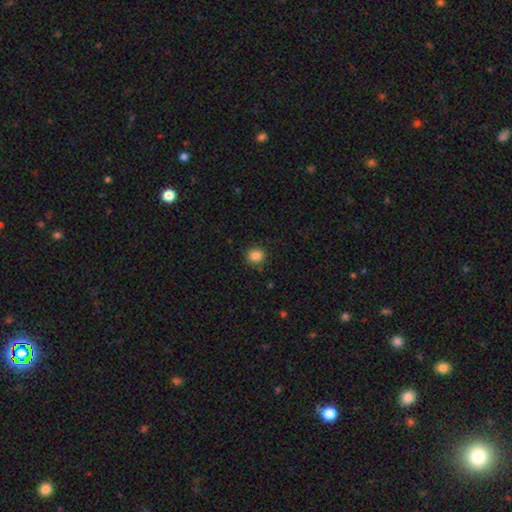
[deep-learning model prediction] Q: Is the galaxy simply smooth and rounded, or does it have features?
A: smooth — 85%.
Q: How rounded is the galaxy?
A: round — 80%.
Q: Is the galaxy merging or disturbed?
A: none — 87%.